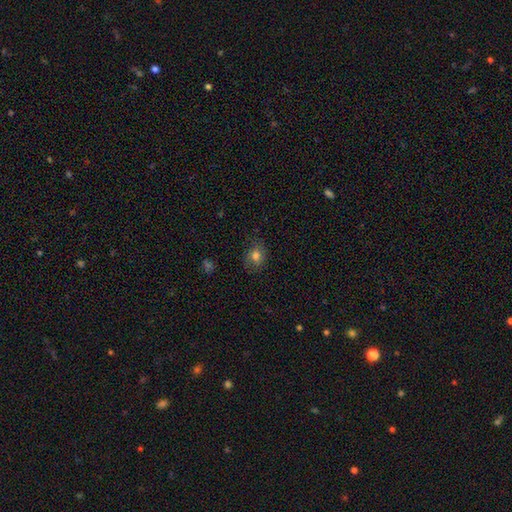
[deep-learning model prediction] This is likely a smooth galaxy (77%). How rounded: possibly round (52%). Merging: likely none (76%).